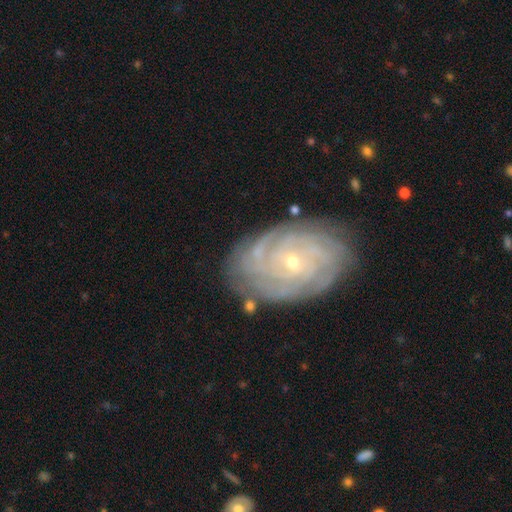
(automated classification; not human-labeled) Smooth or featured? featured or disk (86%)
Edge-on disk? no (97%)
Bar? no (63%)
Spiral arms? yes (97%)
Spiral winding? tight (78%)
Spiral arm count? 4 (29%)
Bulge size? small (68%)
Merging? none (78%)